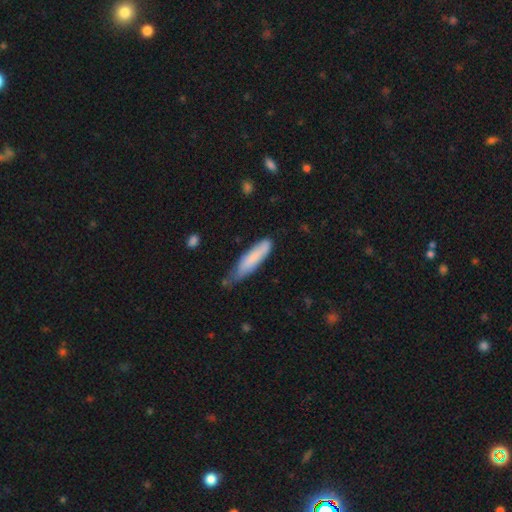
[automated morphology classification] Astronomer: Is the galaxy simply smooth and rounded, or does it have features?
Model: smooth — 78%.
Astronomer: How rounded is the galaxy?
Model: cigar-shaped — 74%.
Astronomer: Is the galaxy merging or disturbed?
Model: none — 45% (runner-up: minor disturbance, 41%).